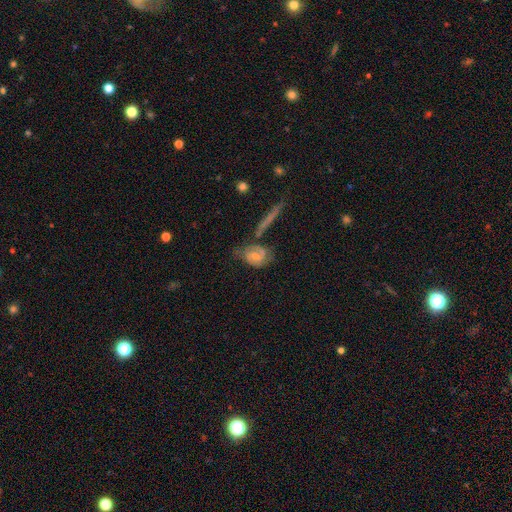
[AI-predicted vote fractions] The model was most divided on "bulge size": small: 48%, moderate: 36%, none: 12%, large: 3%, dominant: 1%. Remaining: edge-on disk — no (94%); spiral arms — yes (83%); smooth or featured — featured or disk (55%); bar — no (51%); merging — none (46%).